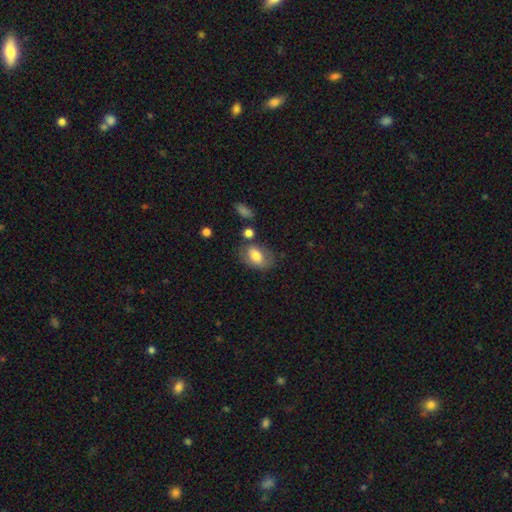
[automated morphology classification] Smooth or featured: smooth — 72% (featured or disk — 21%)
How rounded: in between — 85% (round — 13%)
Merging: none — 56% (minor disturbance — 24%)